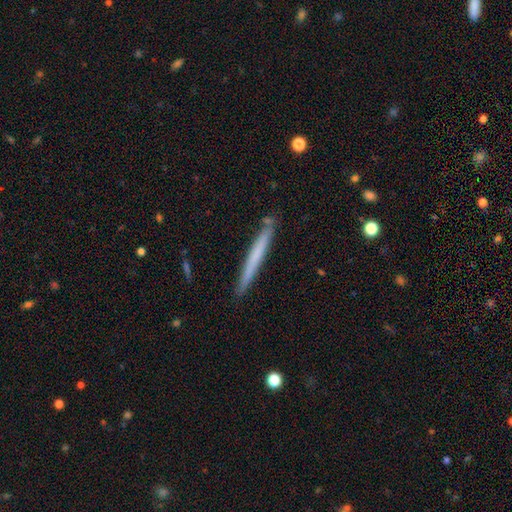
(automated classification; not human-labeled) This appears to be a smooth galaxy with no disk features (58%) that is cigar-shaped (97%). Merging: none (88%).